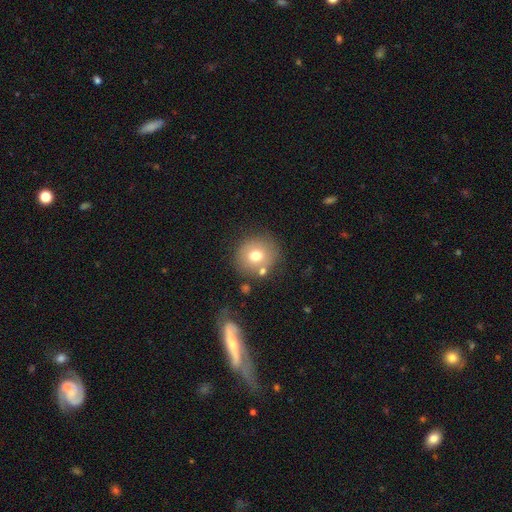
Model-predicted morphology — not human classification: Overall: smooth (71%). How rounded: round (88%). Merging: none (74%).